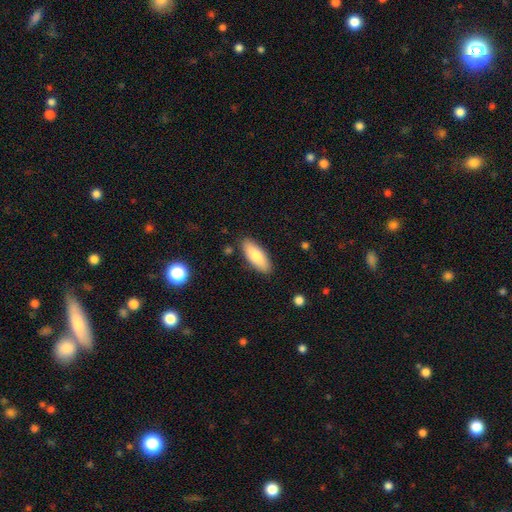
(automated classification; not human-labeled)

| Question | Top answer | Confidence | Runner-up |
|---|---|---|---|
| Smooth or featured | smooth | 79% | featured or disk (15%) |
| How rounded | in between | 76% | cigar-shaped (22%) |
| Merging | none | 87% | minor disturbance (10%) |